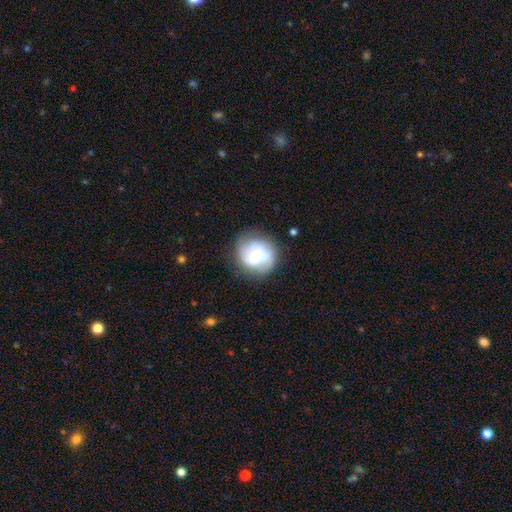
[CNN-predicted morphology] A featured or disk galaxy (51%).

Vote fractions:
- Smooth or featured? featured or disk: 51% / smooth: 42% / star or artifact: 7%
- Edge-on disk? no: 97% / yes: 3%
- Merging? none: 77% / minor disturbance: 16% / major disturbance: 6% / merger: 2%